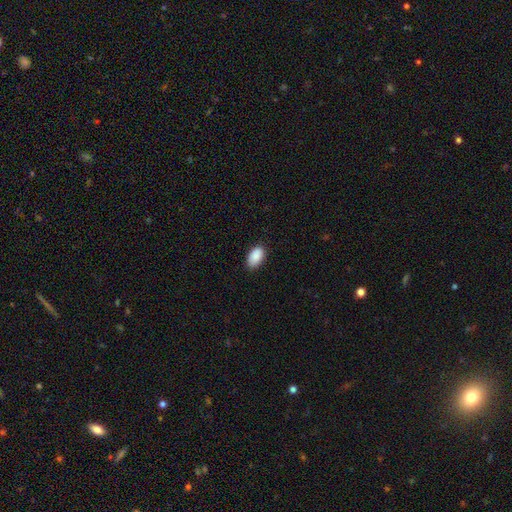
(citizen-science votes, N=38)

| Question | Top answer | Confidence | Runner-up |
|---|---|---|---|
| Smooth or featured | smooth | 87% | star or artifact (11%) |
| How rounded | in between | 100% | — |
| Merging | none | 88% | minor disturbance (12%) |